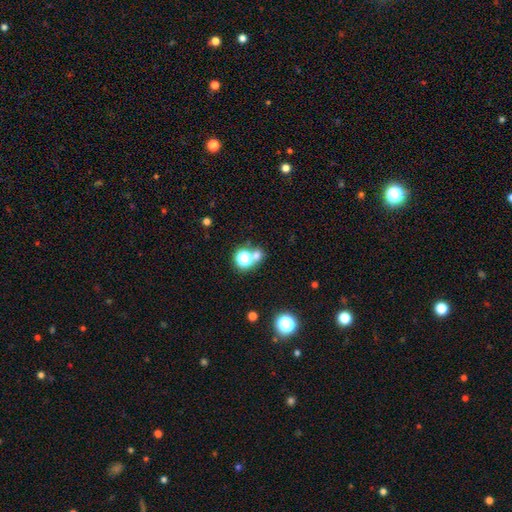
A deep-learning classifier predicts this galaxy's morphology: Overall: smooth (62%; star or artifact 28%). How rounded: round (80%). Merging: none (53%; merger 36%).